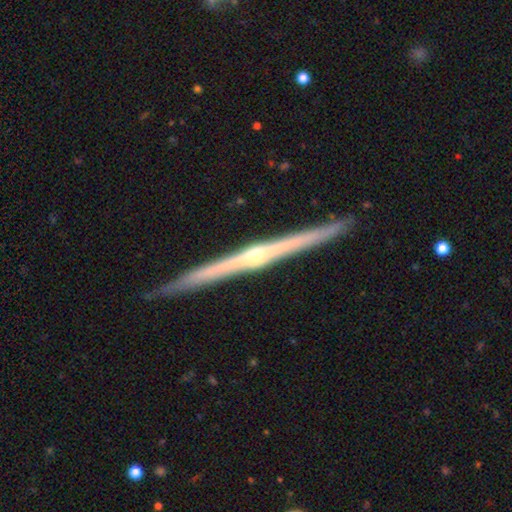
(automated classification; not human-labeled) Smooth or featured? featured or disk (84%)
Edge-on disk? yes (99%)
Edge-on bulge? rounded (80%)
Merging? none (92%)